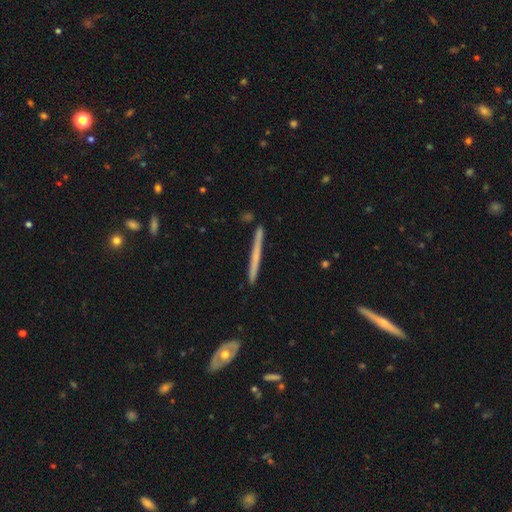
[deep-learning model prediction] This appears to be a featured or disk galaxy (54%) viewed edge-on (97%) with no central bulge (82%). Merging: none (89%).